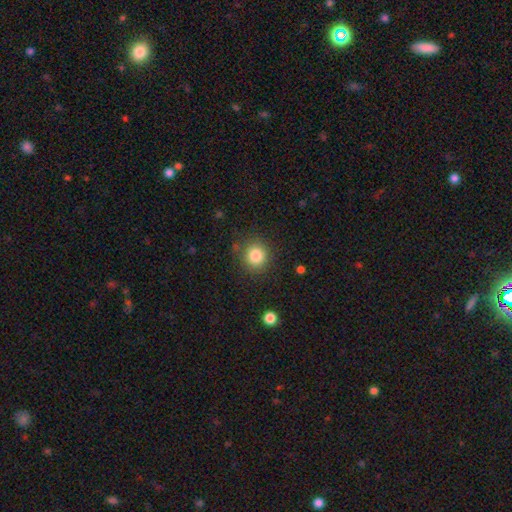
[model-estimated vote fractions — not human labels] Morphology: type=smooth (83%); roundness=round (86%); merging=none (83%).